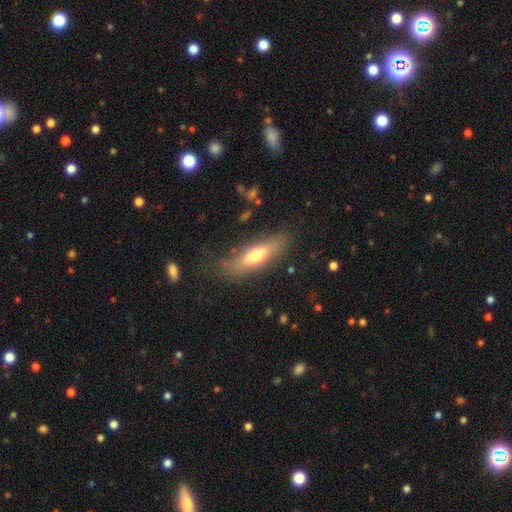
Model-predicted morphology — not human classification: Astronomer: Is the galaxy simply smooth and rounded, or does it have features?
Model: smooth — 58% (runner-up: featured or disk, 35%).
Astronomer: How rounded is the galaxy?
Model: cigar-shaped — 54% (runner-up: in between, 43%).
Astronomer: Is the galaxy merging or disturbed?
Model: none — 77%.